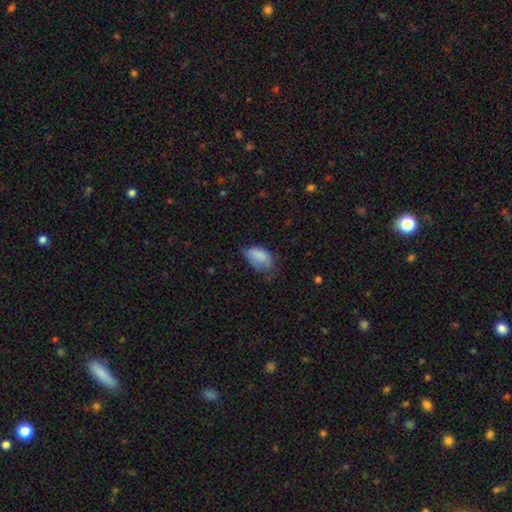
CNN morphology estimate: smooth 82%, featured or disk 11%, star or artifact 8%. Down the decision tree: how rounded — in between (91%); merging — minor disturbance (41%, tied with none).